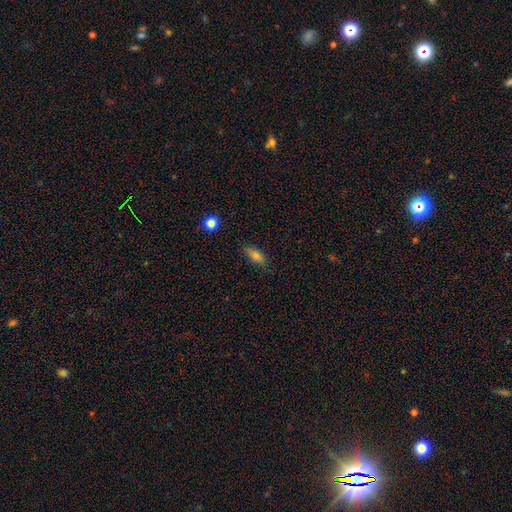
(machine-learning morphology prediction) Q: Smooth or featured?
A: smooth (73%); runner-up: featured or disk (17%)
Q: How rounded?
A: in between (69%); runner-up: cigar-shaped (27%)
Q: Merging?
A: none (76%); runner-up: minor disturbance (19%)